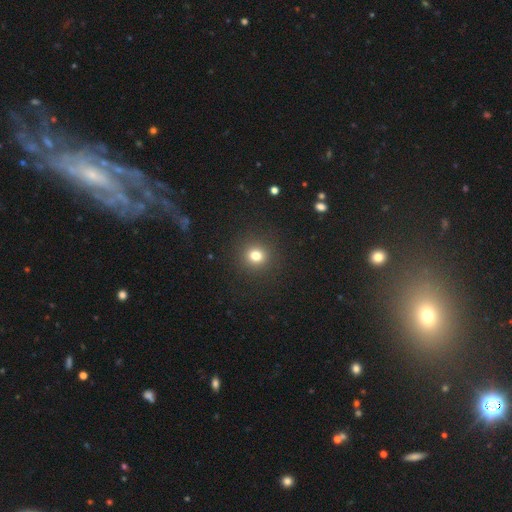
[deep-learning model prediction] A smooth galaxy with no disk features (78%) that is round (92%). Merging: none (91%).